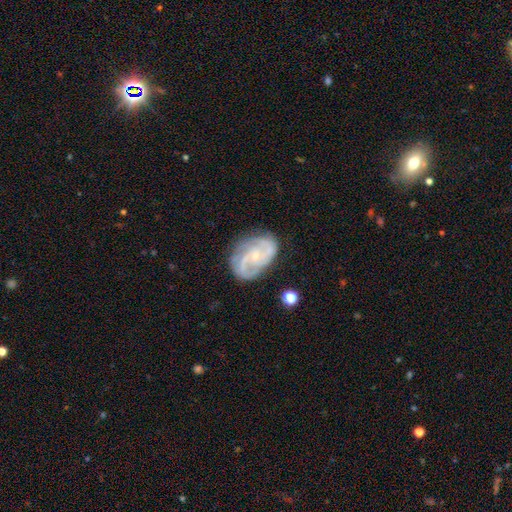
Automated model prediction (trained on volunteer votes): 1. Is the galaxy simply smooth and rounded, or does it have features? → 84% featured or disk, 10% smooth, 6% star or artifact.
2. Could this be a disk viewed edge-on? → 97% no, 3% yes.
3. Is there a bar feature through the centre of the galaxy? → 59% no, 33% weak, 8% strong.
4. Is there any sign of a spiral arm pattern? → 95% yes, 5% no.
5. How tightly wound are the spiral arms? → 44% medium, 43% tight, 12% loose.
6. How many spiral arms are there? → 50% 2, 22% 3, 16% can't tell, 5% 4, 4% 1, 4% more than 4.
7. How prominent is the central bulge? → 76% small, 20% moderate, 3% none, 1% large, 1% dominant.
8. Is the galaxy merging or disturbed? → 72% none, 19% minor disturbance, 7% major disturbance, 2% merger.